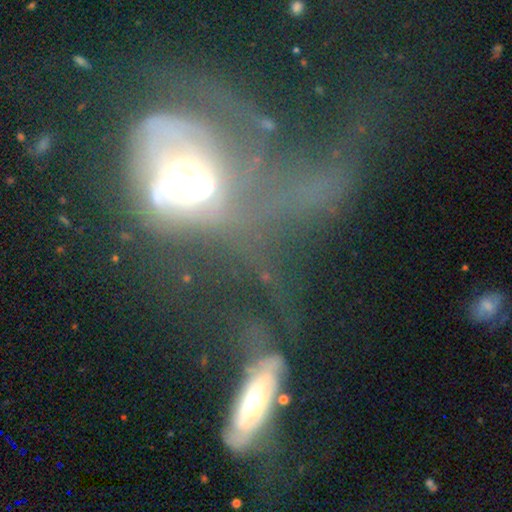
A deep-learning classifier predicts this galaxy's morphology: Q: Smooth or featured?
A: featured or disk (61%); runner-up: smooth (24%)
Q: Edge-on disk?
A: no (89%); runner-up: yes (11%)
Q: Bar?
A: no (65%); runner-up: weak (21%)
Q: Spiral arms?
A: no (53%); runner-up: yes (47%)
Q: Bulge size?
A: moderate (38%); runner-up: large (37%)
Q: Merging?
A: major disturbance (55%); runner-up: merger (24%)